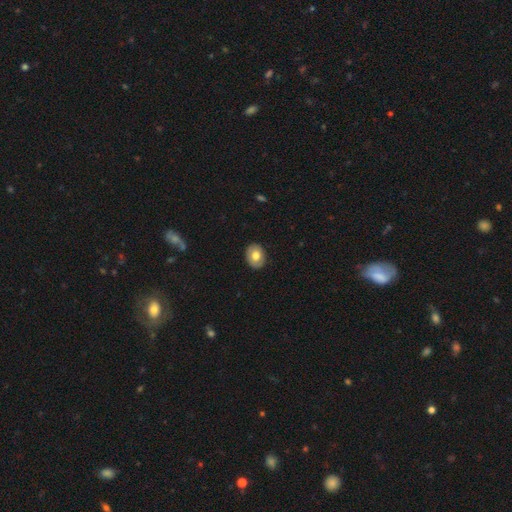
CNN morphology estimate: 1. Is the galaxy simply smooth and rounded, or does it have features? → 71% smooth, 22% featured or disk, 7% star or artifact.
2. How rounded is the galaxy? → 62% in between, 37% round, 1% cigar-shaped.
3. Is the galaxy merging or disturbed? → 88% none, 9% minor disturbance, 2% major disturbance, 1% merger.